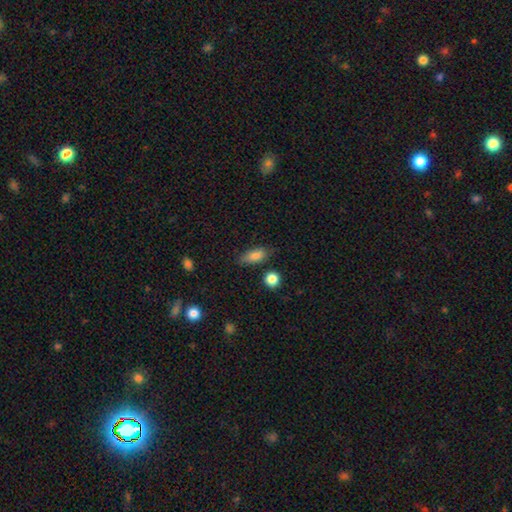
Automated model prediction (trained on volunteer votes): Smooth or featured? smooth (83%)
How rounded? in between (79%)
Merging? none (74%)